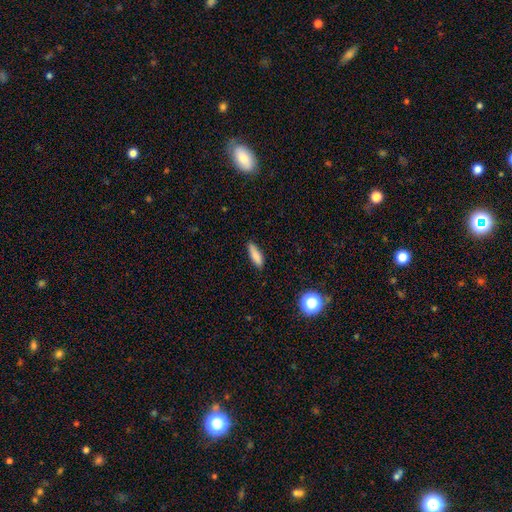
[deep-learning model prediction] Q: Smooth or featured?
A: smooth (85%); runner-up: star or artifact (8%)
Q: How rounded?
A: cigar-shaped (54%); runner-up: in between (44%)
Q: Merging?
A: none (84%); runner-up: minor disturbance (12%)